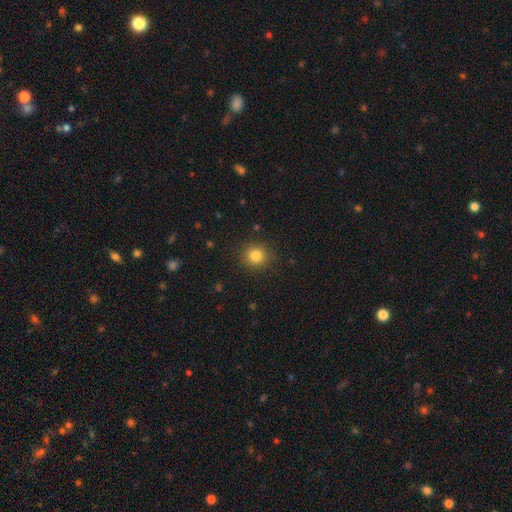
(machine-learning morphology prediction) smooth 82%, star or artifact 12%, featured or disk 5%. Down the decision tree: how rounded — round (87%); merging — none (89%).